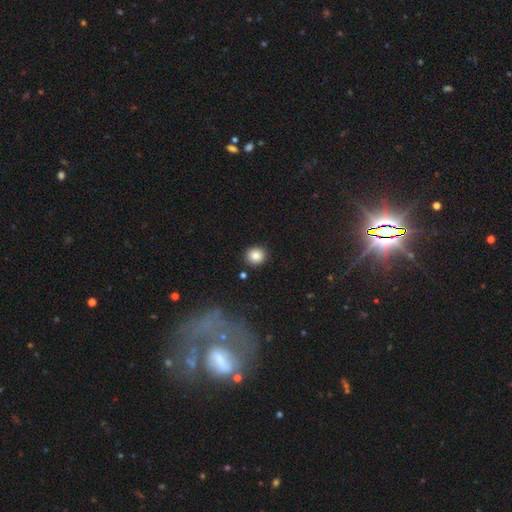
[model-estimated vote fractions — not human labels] A smooth galaxy with no disk features (85%) that is round (86%). Merging: none (89%).